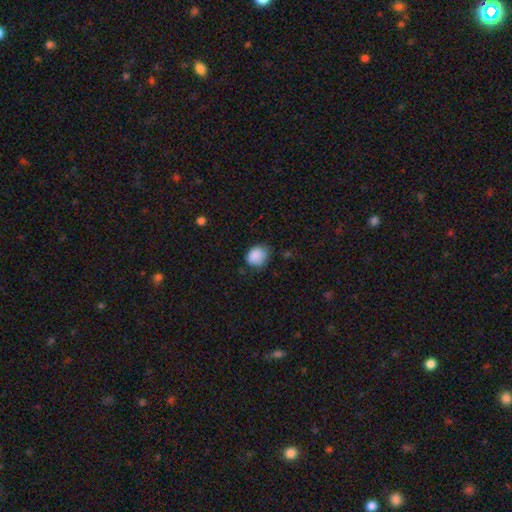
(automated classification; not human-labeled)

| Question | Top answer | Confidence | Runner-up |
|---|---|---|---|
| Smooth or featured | smooth | 86% | star or artifact (8%) |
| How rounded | round | 57% | in between (42%) |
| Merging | none | 59% | minor disturbance (32%) |